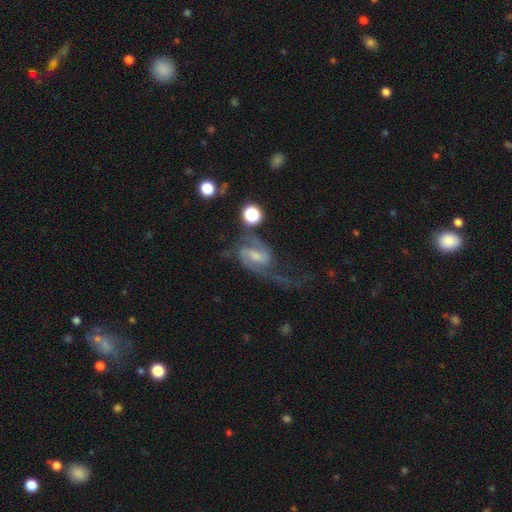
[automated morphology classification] This is clearly a featured or disk galaxy (86%). It is clearly not viewed edge-on (97%). Bar: possibly weak (52%). Spiral arm pattern: clearly yes (97%). Spiral arm count: clearly 2 (89%). Spiral winding: marginally medium (45%). Central bulge: marginally small (37%). Merging: marginally none (44%).